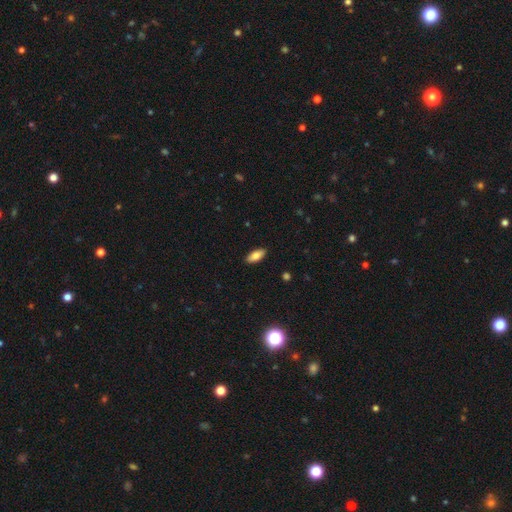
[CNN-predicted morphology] type=smooth (78%); roundness=in between (85%); merging=none (89%).